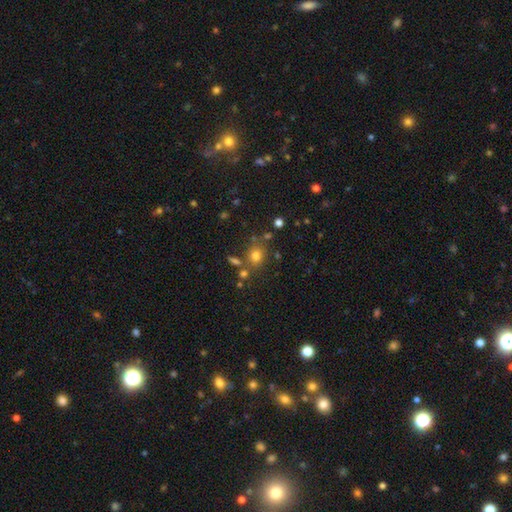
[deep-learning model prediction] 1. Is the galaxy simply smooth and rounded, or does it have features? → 74% smooth, 17% star or artifact, 9% featured or disk.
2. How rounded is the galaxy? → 69% round, 30% in between, 1% cigar-shaped.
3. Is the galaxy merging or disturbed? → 70% none, 13% merger, 12% minor disturbance, 5% major disturbance.